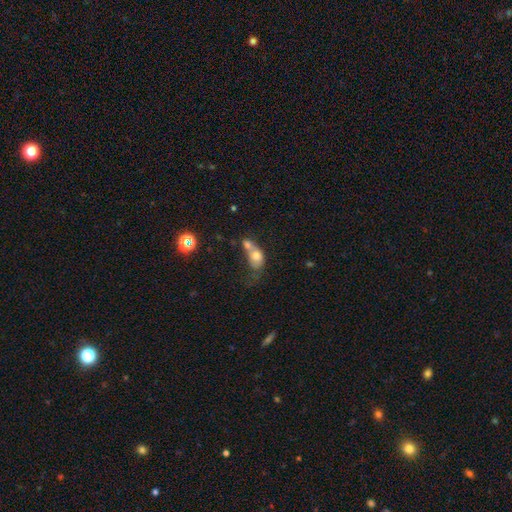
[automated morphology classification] This appears to be a smooth galaxy with no disk features (66%) that is in between round and cigar-shaped (65%). Merging: merger (65%).